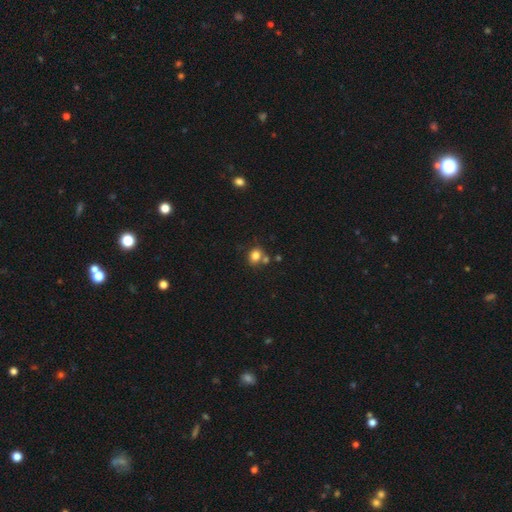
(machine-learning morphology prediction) Smooth or featured? smooth (81%)
How rounded? round (62%)
Merging? none (63%)